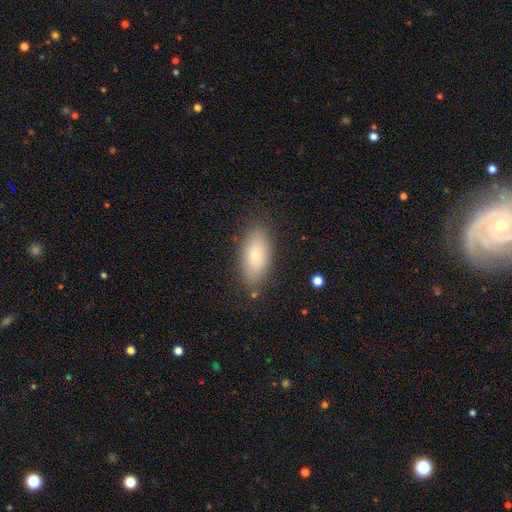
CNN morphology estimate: Smooth or featured?
  - smooth: 74% *
  - featured or disk: 19%
  - star or artifact: 8%
How rounded?
  - in between: 89% *
  - cigar-shaped: 7%
  - round: 4%
Merging?
  - none: 82% *
  - minor disturbance: 13%
  - major disturbance: 3%
  - merger: 2%